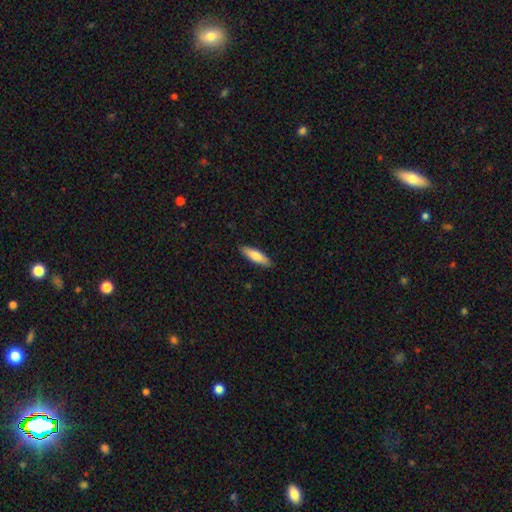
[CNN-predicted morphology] Overall: smooth (78%). How rounded: cigar-shaped (60%; in between 39%). Merging: none (89%).